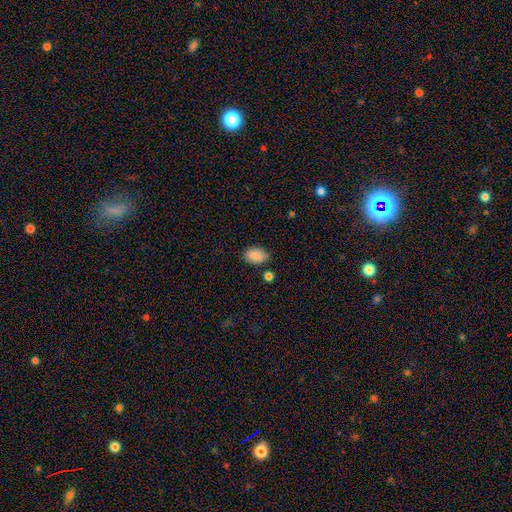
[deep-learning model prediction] Morphology: type=smooth (89%); roundness=in between (87%); merging=none (79%).